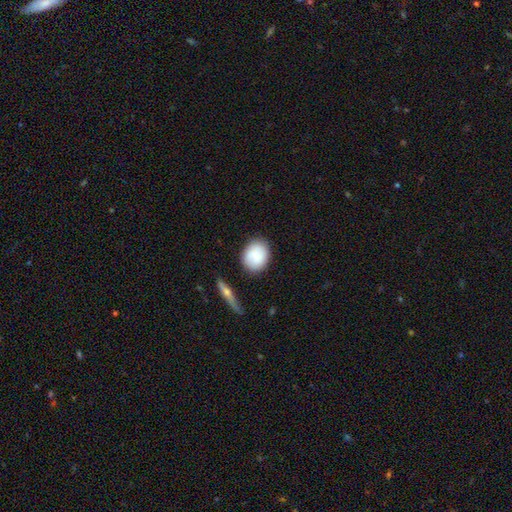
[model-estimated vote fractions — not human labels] smooth-or-featured: smooth: 70% | featured or disk: 23% | star or artifact: 7%
  how-rounded: round: 59% | in between: 39% | cigar-shaped: 2%
  merging: none: 78% | minor disturbance: 14% | merger: 5% | major disturbance: 3%